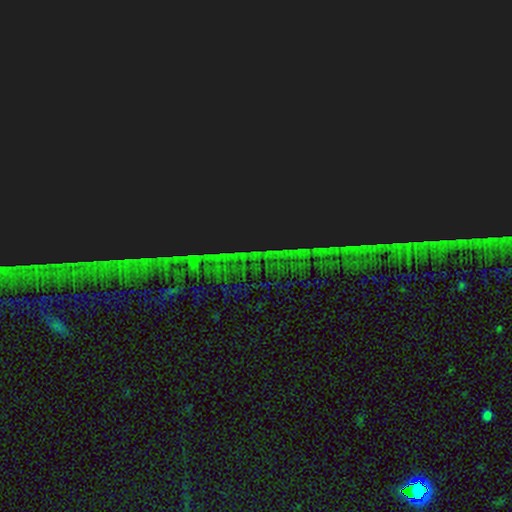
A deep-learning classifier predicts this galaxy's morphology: Q: Smooth or featured?
A: star or artifact (87%); runner-up: featured or disk (7%)